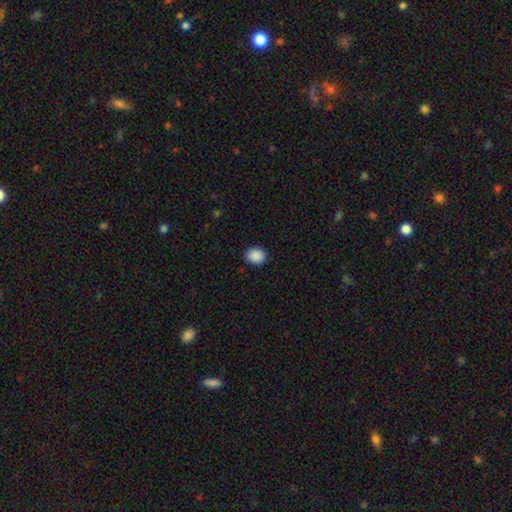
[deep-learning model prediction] A smooth galaxy with no disk features (89%) that is round (65%).

Vote fractions:
- Smooth or featured? smooth: 89% / star or artifact: 8% / featured or disk: 2%
- How rounded? round: 65% / in between: 34% / cigar-shaped: 1%
- Merging? none: 90% / minor disturbance: 7% / major disturbance: 2% / merger: 1%